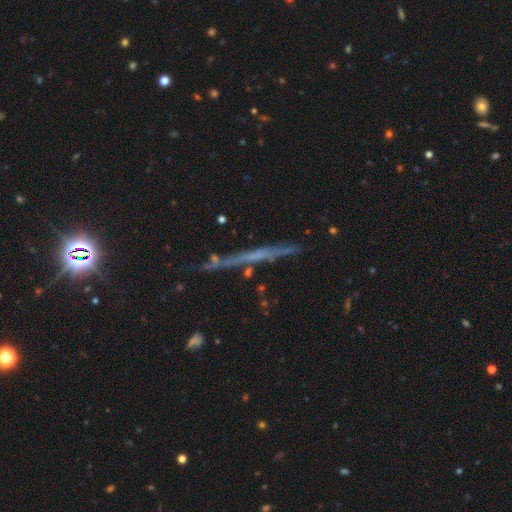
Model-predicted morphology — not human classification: Smooth or featured: featured or disk — 55% (smooth — 28%)
Edge-on disk: yes — 92% (no — 8%)
Edge-on bulge: none — 82% (rounded — 12%)
Merging: none — 79% (minor disturbance — 13%)